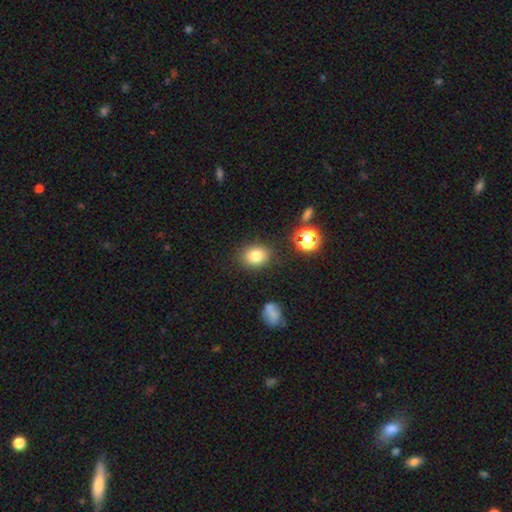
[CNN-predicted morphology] type=smooth (80%); roundness=round (53%); merging=none (84%).